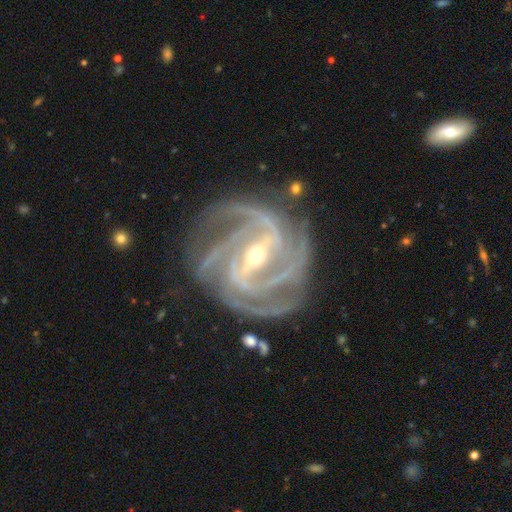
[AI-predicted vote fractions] featured or disk 94%, star or artifact 4%, smooth 2%. Down the decision tree: edge-on disk — no (97%); bar — strong (68%); spiral arms — yes (99%); spiral arm count — 4 (40%); spiral winding — tight (60%); bulge size — small (56%); merging — none (76%).